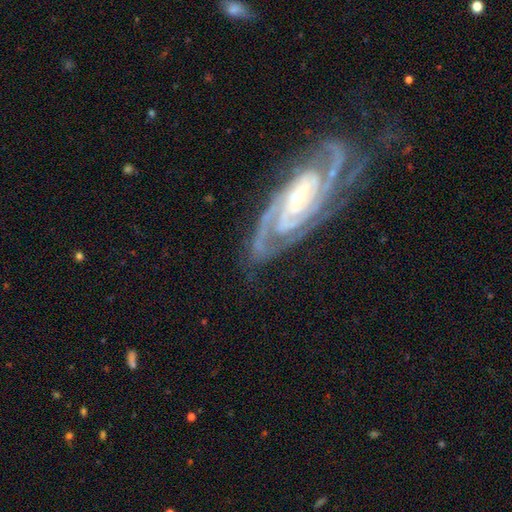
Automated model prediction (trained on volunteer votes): The model was most divided on "spiral arm count": 2: 38%, 3: 27%, can't tell: 14%, 4: 11%, more than 4: 5%, 1: 5%. Remaining: spiral arms — yes (98%); edge-on disk — no (94%); smooth or featured — featured or disk (89%); bulge size — small (72%); merging — none (70%); spiral winding — tight (68%); bar — no (45%).